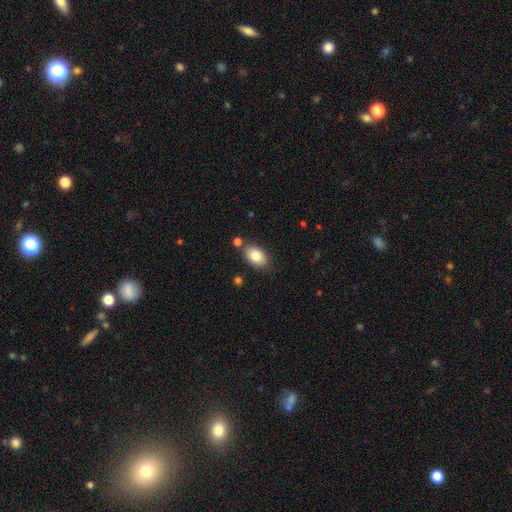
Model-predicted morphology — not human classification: Smooth or featured?
  - smooth: 82% *
  - featured or disk: 10%
  - star or artifact: 8%
How rounded?
  - in between: 89% *
  - round: 10%
  - cigar-shaped: 1%
Merging?
  - none: 78% *
  - minor disturbance: 12%
  - merger: 7%
  - major disturbance: 3%